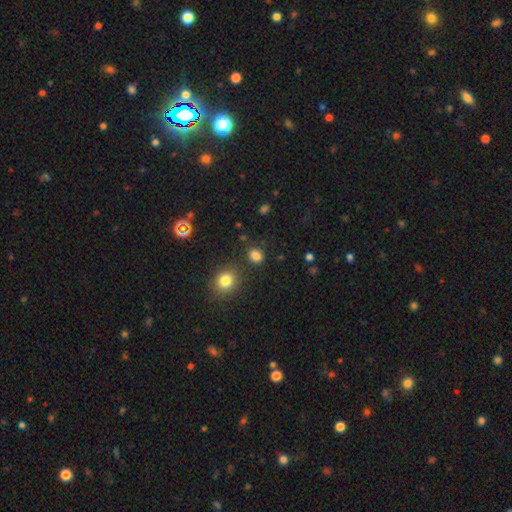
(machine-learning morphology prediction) Smooth or featured: smooth — 81% (star or artifact — 15%)
How rounded: round — 56% (in between — 42%)
Merging: none — 82% (minor disturbance — 10%)